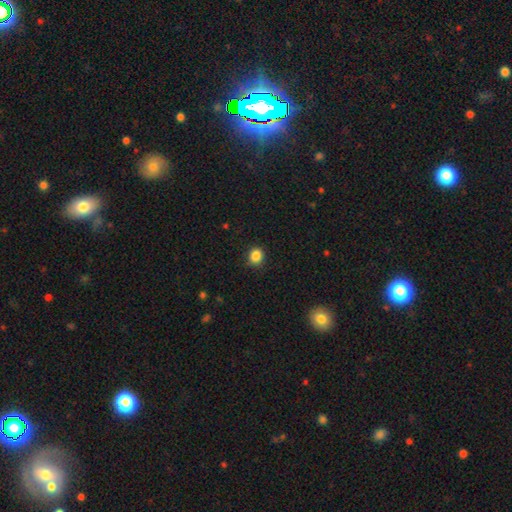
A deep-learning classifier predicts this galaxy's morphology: type=smooth (86%); roundness=round (79%); merging=none (89%).